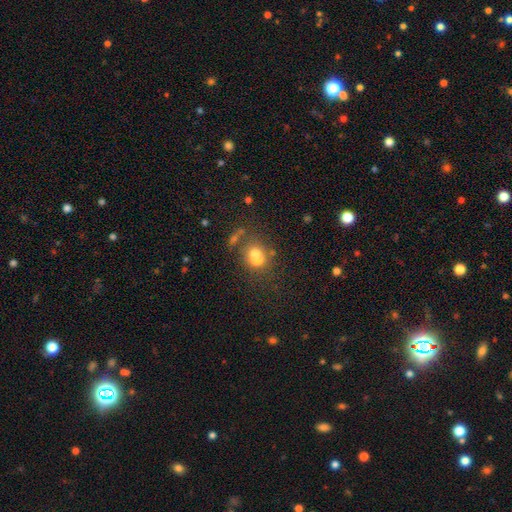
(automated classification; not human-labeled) smooth_or_featured: smooth (p=0.61) [alt: featured or disk p=0.23]
how_rounded: round (p=0.72) [alt: in between p=0.27]
merging: merger (p=0.53) [alt: none p=0.34]